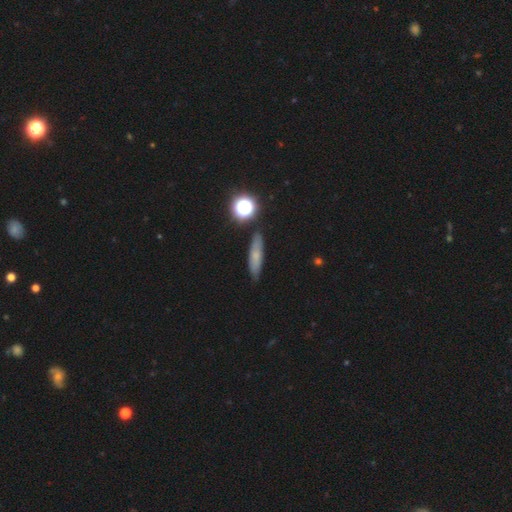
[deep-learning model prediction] Smooth or featured: smooth — 65% (featured or disk — 21%)
How rounded: cigar-shaped — 70% (in between — 24%)
Merging: none — 85% (minor disturbance — 11%)